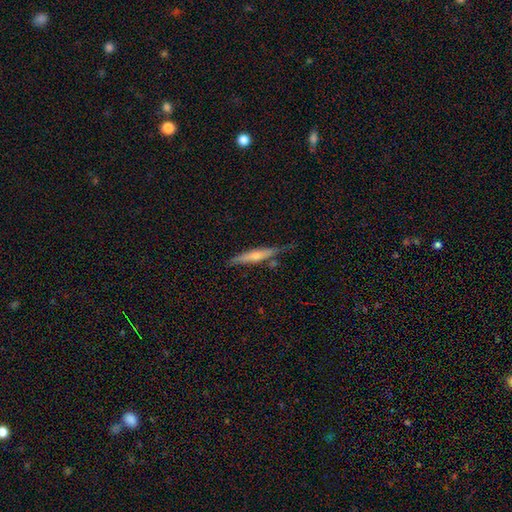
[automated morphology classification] A featured or disk galaxy (48%).

Vote fractions:
- Smooth or featured? featured or disk: 48% / smooth: 46% / star or artifact: 6%
- Merging? none: 68% / minor disturbance: 21% / merger: 6% / major disturbance: 4%